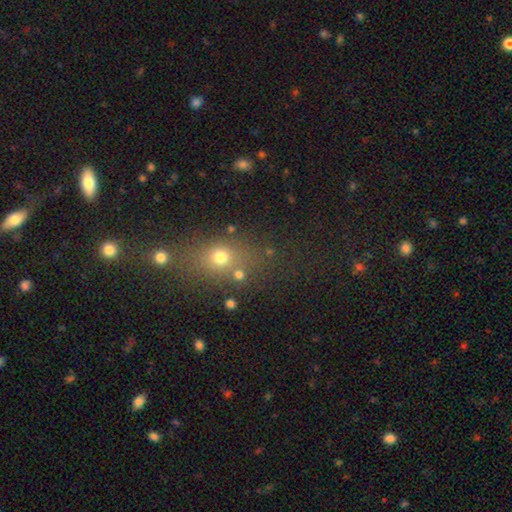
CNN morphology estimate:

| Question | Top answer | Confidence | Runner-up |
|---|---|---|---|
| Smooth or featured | smooth | 44% | star or artifact (40%) |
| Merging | none | 66% | merger (14%) |